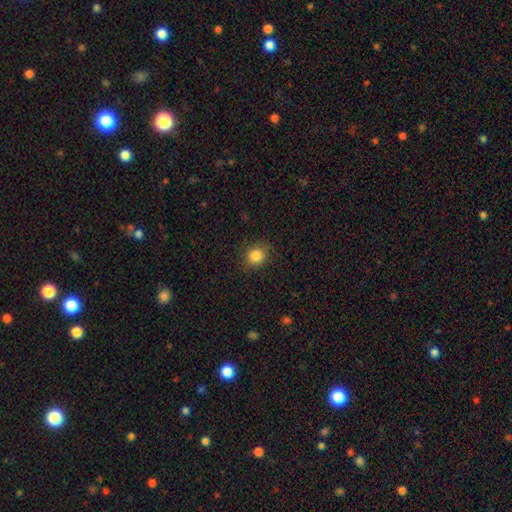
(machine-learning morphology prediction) A smooth galaxy with no disk features (84%) that is round (75%). Merging: none (85%).